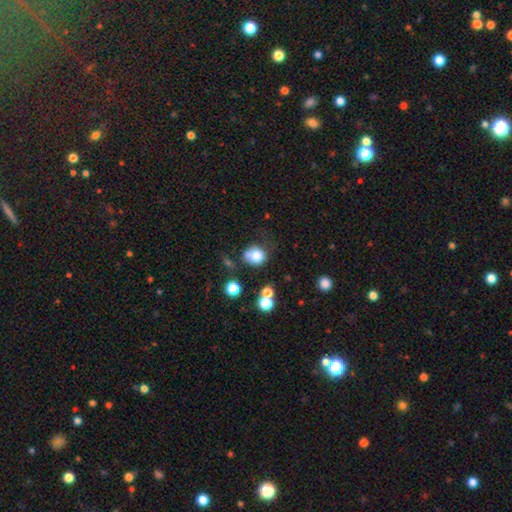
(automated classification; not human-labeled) This is likely a smooth galaxy (79%). How rounded: likely round (71%). Merging: possibly none (46%).